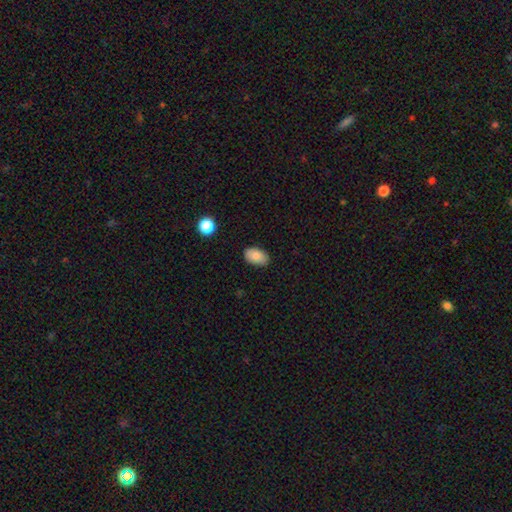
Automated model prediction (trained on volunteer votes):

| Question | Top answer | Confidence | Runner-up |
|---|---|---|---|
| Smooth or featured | smooth | 85% | star or artifact (8%) |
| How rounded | in between | 91% | round (8%) |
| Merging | none | 85% | minor disturbance (12%) |